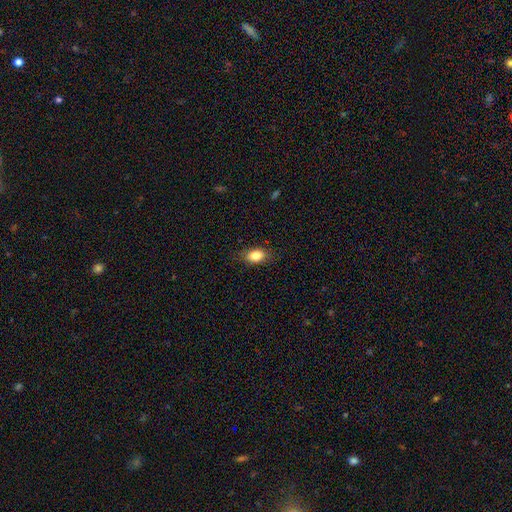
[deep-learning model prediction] Q: Smooth or featured?
A: smooth (84%); runner-up: star or artifact (8%)
Q: How rounded?
A: in between (82%); runner-up: round (15%)
Q: Merging?
A: none (81%); runner-up: minor disturbance (14%)